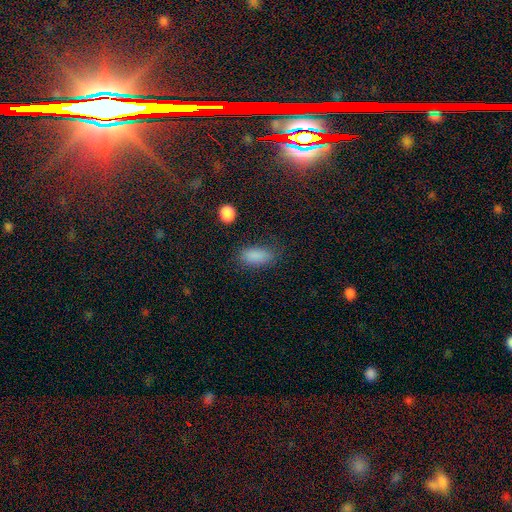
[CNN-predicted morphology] The model was most divided on "merging": none: 74%, minor disturbance: 18%, major disturbance: 6%, merger: 2%. More confident: how rounded — in between (89%); smooth or featured — smooth (86%).